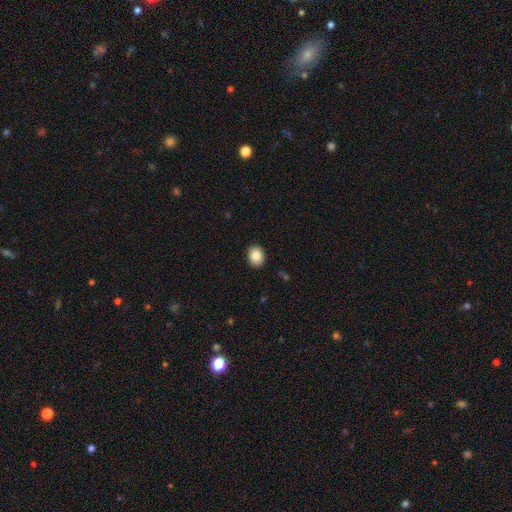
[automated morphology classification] This is clearly a smooth galaxy (84%). How rounded: possibly in between (52%). Merging: clearly none (91%).